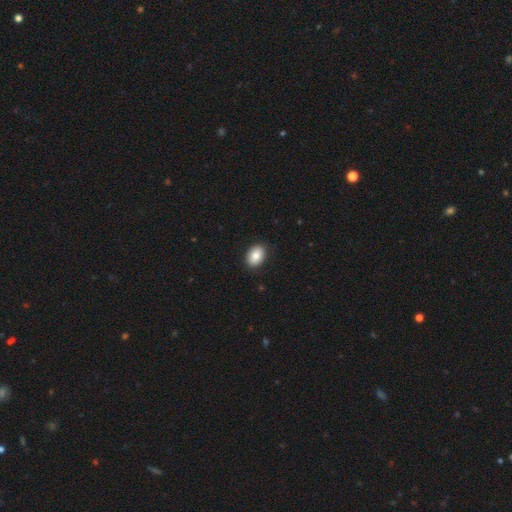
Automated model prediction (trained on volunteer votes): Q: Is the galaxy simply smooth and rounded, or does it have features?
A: smooth — 84%.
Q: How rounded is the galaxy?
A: in between — 78%.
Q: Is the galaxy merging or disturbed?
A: none — 89%.